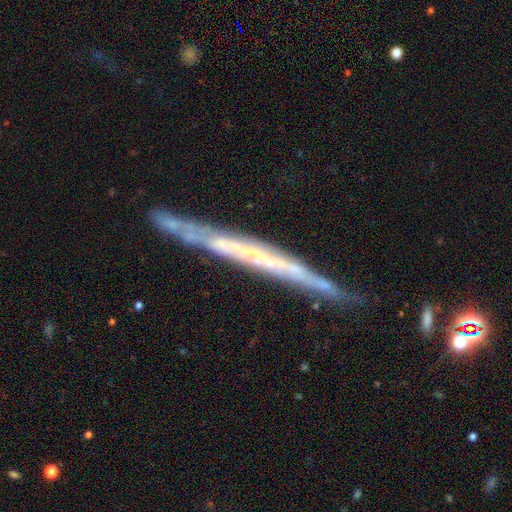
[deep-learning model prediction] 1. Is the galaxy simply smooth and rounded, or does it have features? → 72% featured or disk, 21% smooth, 7% star or artifact.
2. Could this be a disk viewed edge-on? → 94% yes, 6% no.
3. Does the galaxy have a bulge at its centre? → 86% none, 7% rounded, 7% boxy.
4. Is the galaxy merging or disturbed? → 78% none, 16% minor disturbance, 3% major disturbance, 3% merger.